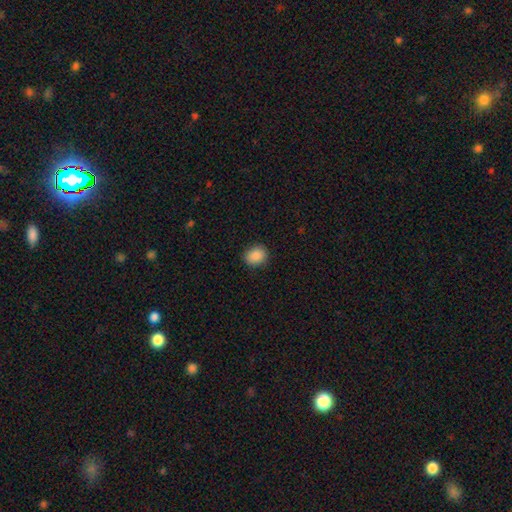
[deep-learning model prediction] A smooth galaxy with no disk features (88%) that is round (61%).

Vote fractions:
- Smooth or featured? smooth: 88% / star or artifact: 8% / featured or disk: 4%
- How rounded? round: 61% / in between: 39% / cigar-shaped: 1%
- Merging? none: 89% / minor disturbance: 8% / major disturbance: 2% / merger: 1%